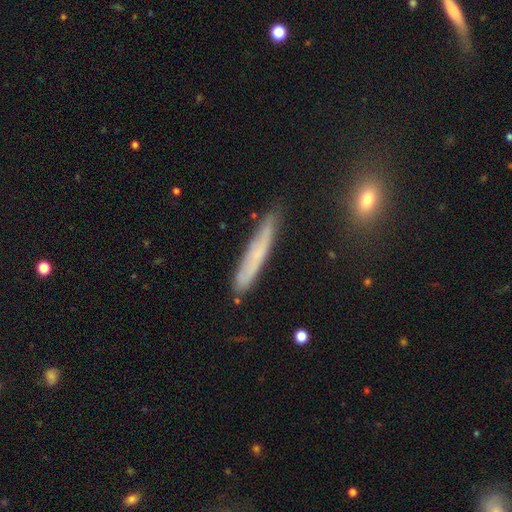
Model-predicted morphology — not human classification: Q: Smooth or featured?
A: smooth (52%); runner-up: featured or disk (40%)
Q: How rounded?
A: cigar-shaped (94%); runner-up: in between (5%)
Q: Merging?
A: none (76%); runner-up: minor disturbance (19%)